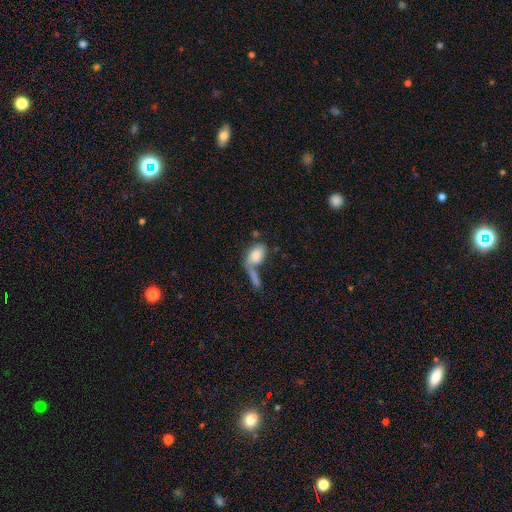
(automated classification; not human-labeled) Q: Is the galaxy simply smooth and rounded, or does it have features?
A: smooth — 80%.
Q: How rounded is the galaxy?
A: in between — 90%.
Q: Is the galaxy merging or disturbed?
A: merger — 44%.